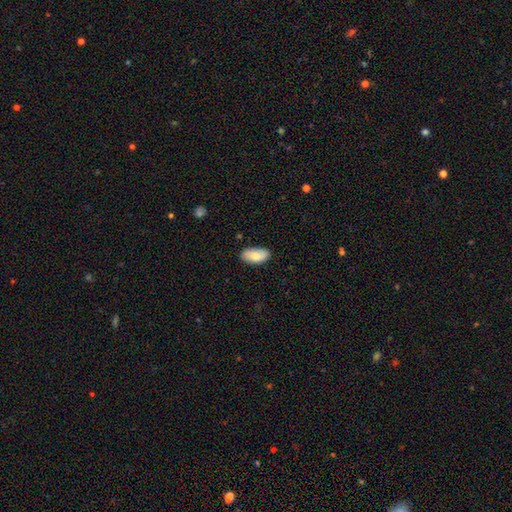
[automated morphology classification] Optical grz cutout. It shows a smooth galaxy with no disk features (80%) that is in between round and cigar-shaped (94%). Merging: none (82%).